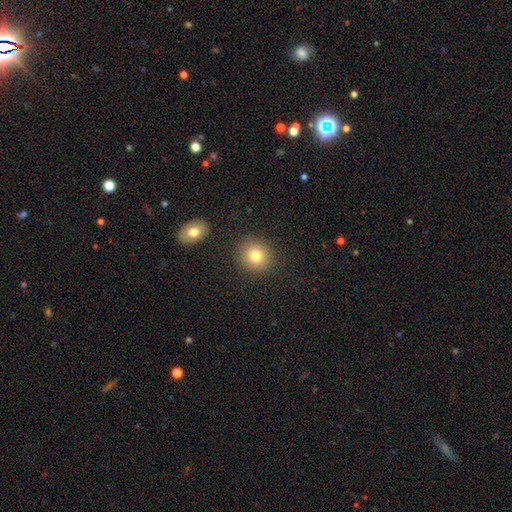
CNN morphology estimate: This is likely a smooth galaxy (79%). How rounded: clearly round (88%). Merging: clearly none (87%).